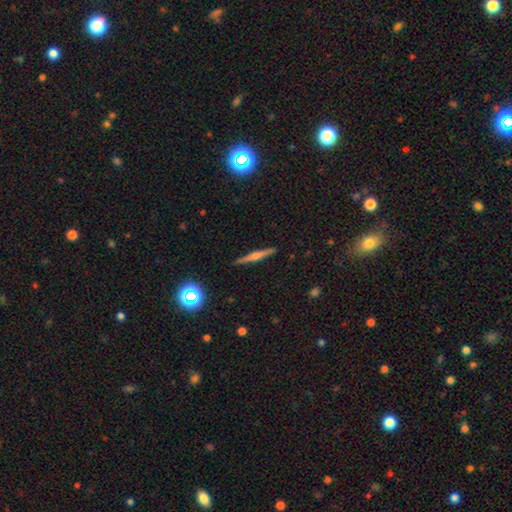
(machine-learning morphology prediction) This appears to be a featured or disk galaxy (68%) viewed edge-on (98%) with a rounded central bulge (81%). Merging: none (91%).